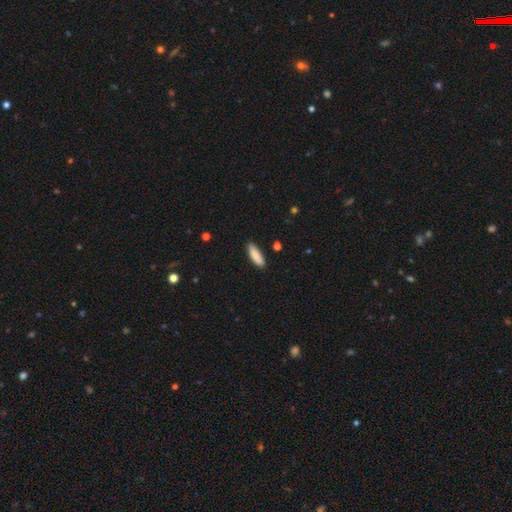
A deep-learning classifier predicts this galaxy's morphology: Smooth or featured: smooth — 86% (featured or disk — 8%)
How rounded: cigar-shaped — 52% (in between — 47%)
Merging: none — 86% (minor disturbance — 11%)